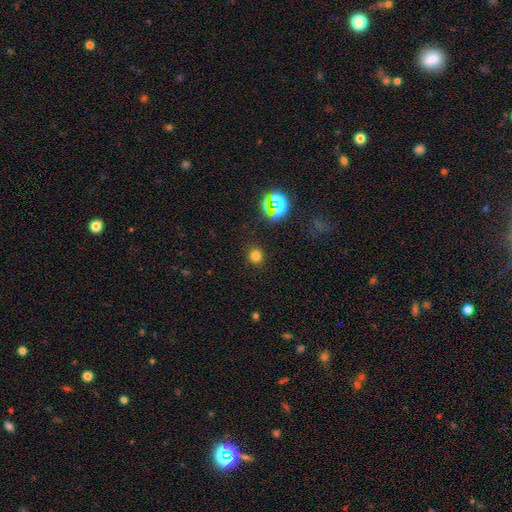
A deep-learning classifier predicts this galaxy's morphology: Smooth or featured? smooth (72%)
How rounded? round (89%)
Merging? none (90%)